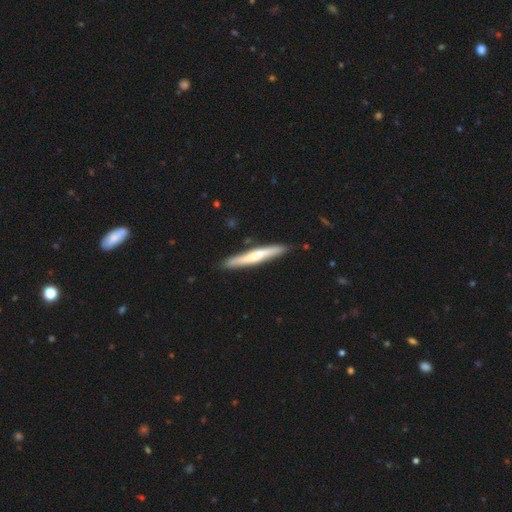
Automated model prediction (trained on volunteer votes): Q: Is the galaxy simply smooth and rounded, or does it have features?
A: smooth — 48%.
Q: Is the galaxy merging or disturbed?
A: none — 87%.